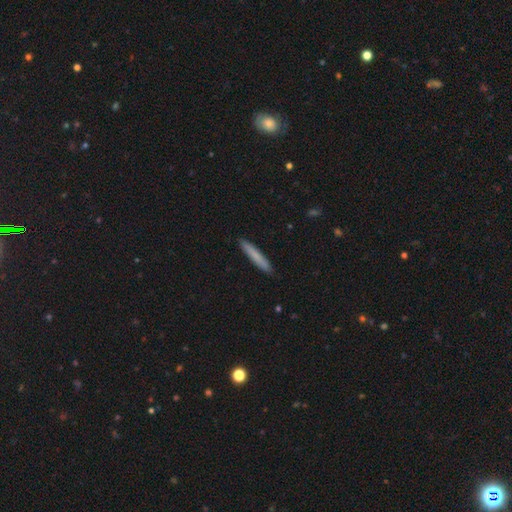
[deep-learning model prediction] Morphology: type=smooth (78%); roundness=cigar-shaped (95%); merging=none (91%).